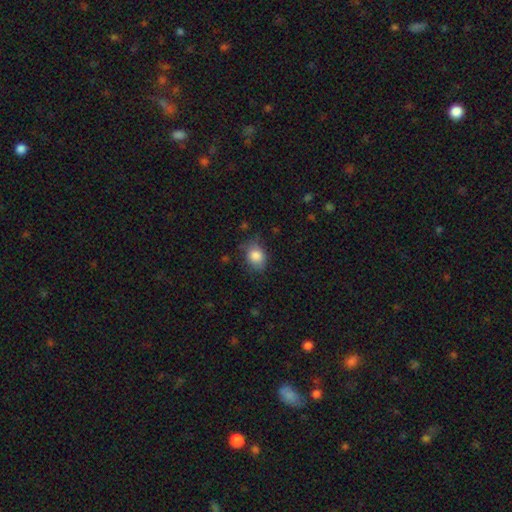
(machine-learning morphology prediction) smooth-or-featured: smooth: 84% | star or artifact: 9% | featured or disk: 7%
  how-rounded: in between: 58% | round: 41% | cigar-shaped: 1%
  merging: none: 68% | minor disturbance: 24% | major disturbance: 6% | merger: 2%